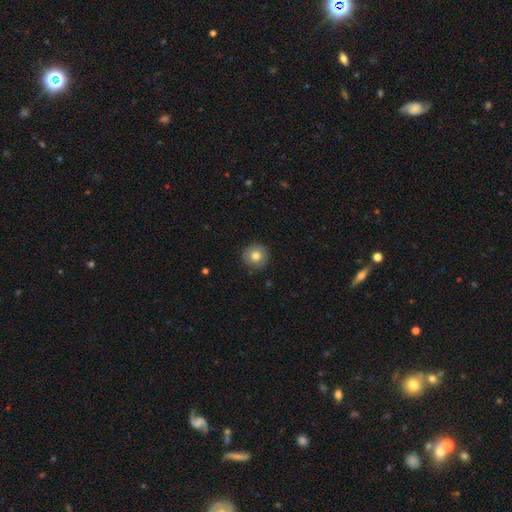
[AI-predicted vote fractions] The model was most divided on "smooth or featured": smooth: 77%, featured or disk: 15%, star or artifact: 9%. More confident: how rounded — round (95%); merging — none (88%).